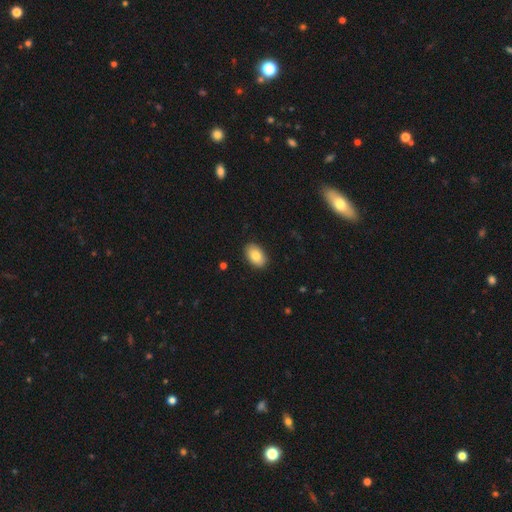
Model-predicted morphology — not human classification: smooth-or-featured: smooth: 84% | featured or disk: 9% | star or artifact: 7%
  how-rounded: in between: 92% | round: 7% | cigar-shaped: 1%
  merging: none: 89% | minor disturbance: 8% | major disturbance: 2% | merger: 1%